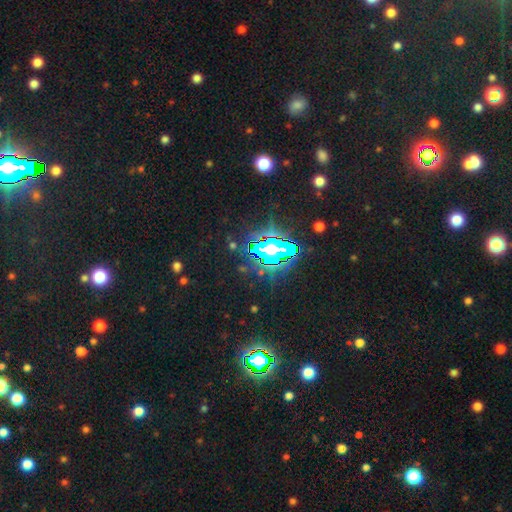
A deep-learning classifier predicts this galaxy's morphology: Smooth or featured: star or artifact — 83% (smooth — 10%)